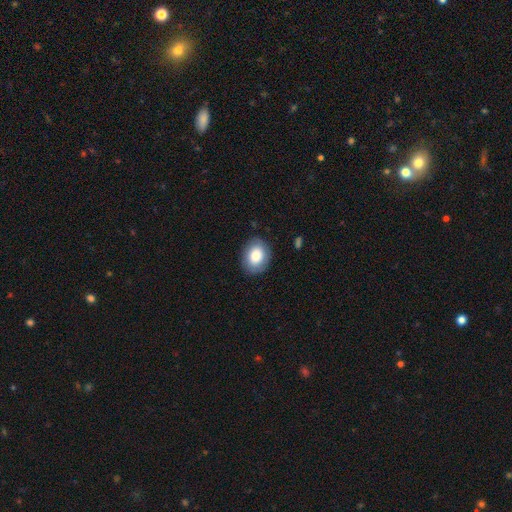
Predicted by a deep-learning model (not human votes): smooth 80%, featured or disk 13%, star or artifact 7%. Down the decision tree: how rounded — in between (60%); merging — none (83%).